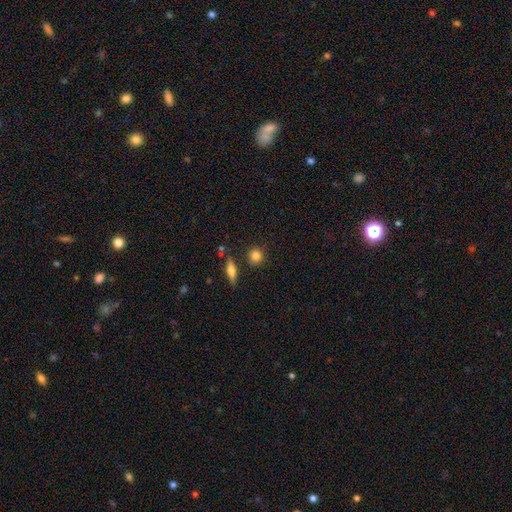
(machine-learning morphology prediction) This appears to be a smooth galaxy with no disk features (81%) that is round (85%). Merging: none (80%).